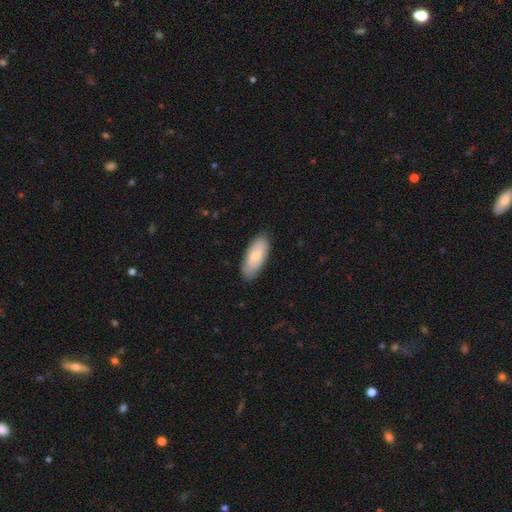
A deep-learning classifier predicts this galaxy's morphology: Smooth or featured? Predicted: smooth (p=0.75). How rounded? Predicted: in between (p=0.83). Merging? Predicted: none (p=0.83).